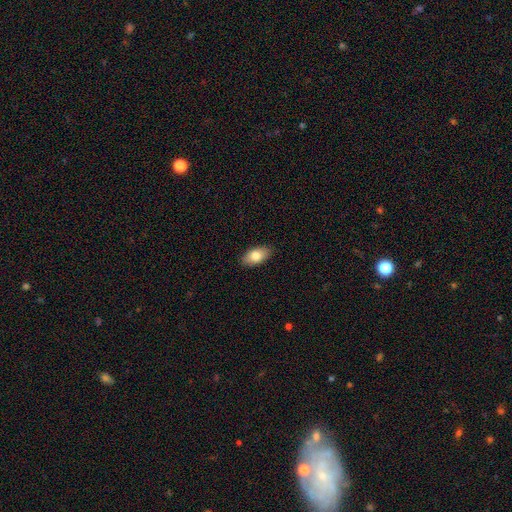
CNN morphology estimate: smooth-or-featured: smooth: 82% | featured or disk: 12% | star or artifact: 7%
  how-rounded: in between: 92% | round: 4% | cigar-shaped: 4%
  merging: none: 88% | minor disturbance: 9% | major disturbance: 2% | merger: 1%